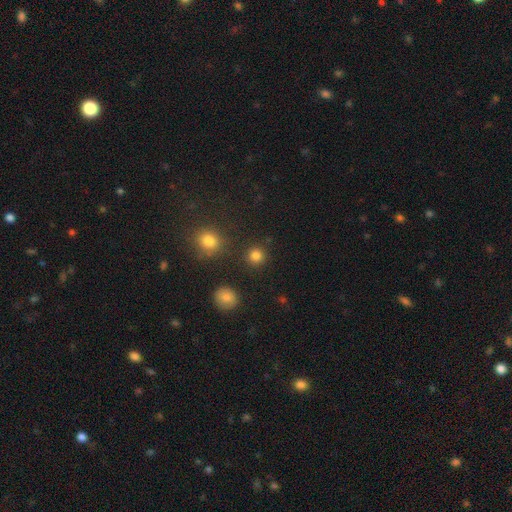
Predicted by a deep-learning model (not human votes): This is clearly a smooth galaxy (83%). How rounded: clearly round (94%). Merging: clearly none (89%).